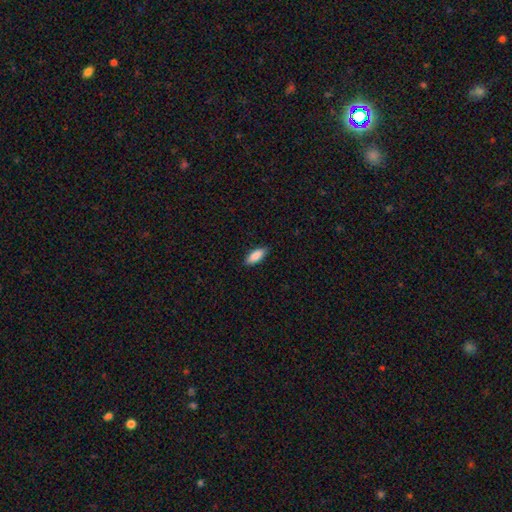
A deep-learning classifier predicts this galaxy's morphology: smooth-or-featured: smooth: 89% | star or artifact: 6% | featured or disk: 5%
  how-rounded: in between: 78% | cigar-shaped: 20% | round: 2%
  merging: none: 86% | minor disturbance: 11% | major disturbance: 2% | merger: 1%